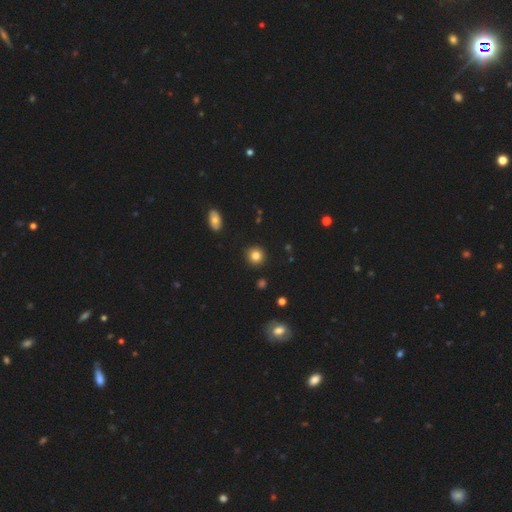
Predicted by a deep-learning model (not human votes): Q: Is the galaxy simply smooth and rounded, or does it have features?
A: smooth — 83%.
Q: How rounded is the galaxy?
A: round — 92%.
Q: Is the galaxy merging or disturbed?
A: none — 92%.